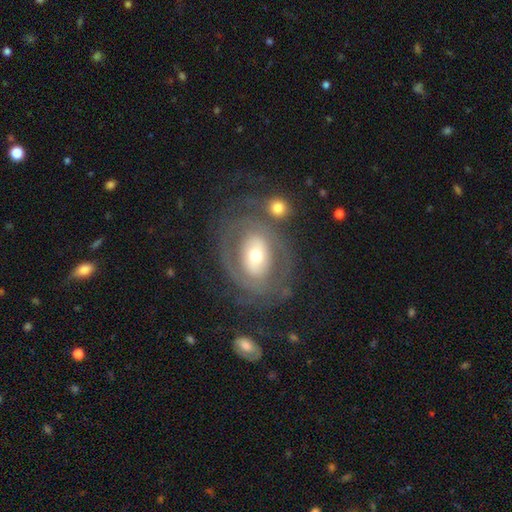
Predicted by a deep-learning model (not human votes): This appears to be a featured or disk galaxy (70%) with no bar (52%), spiral arms (57%) and a moderate central bulge (59%). Merging: none (64%).